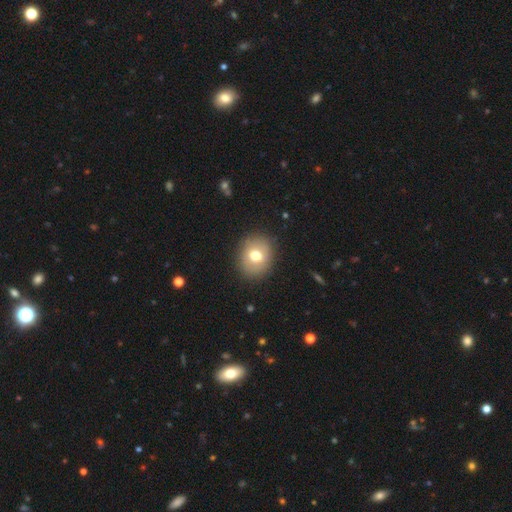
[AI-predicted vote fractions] smooth 69%, featured or disk 21%, star or artifact 9%. Down the decision tree: how rounded — round (63%); merging — none (87%).